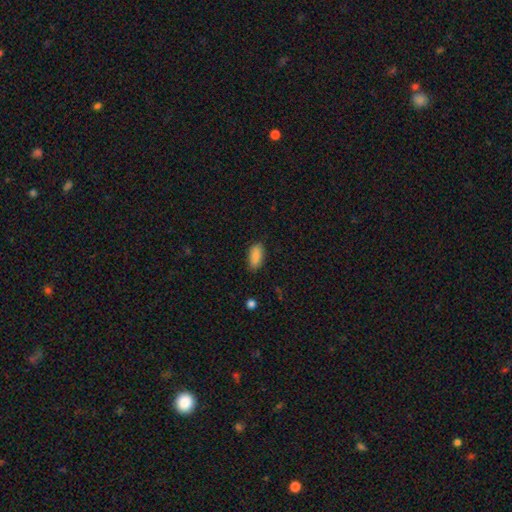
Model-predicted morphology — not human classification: This is clearly a smooth galaxy (87%). How rounded: clearly in between (89%). Merging: clearly none (85%).